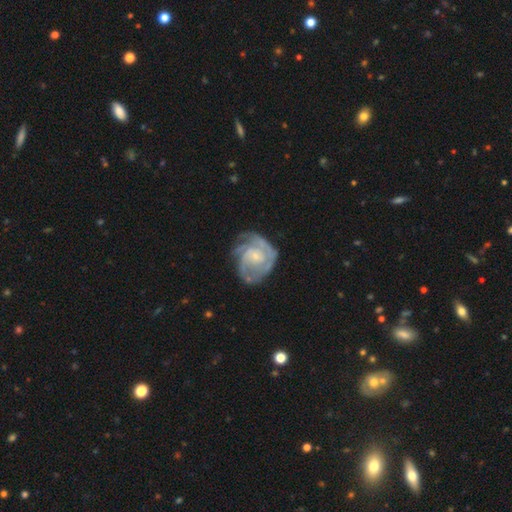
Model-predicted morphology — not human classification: Smooth or featured? featured or disk (84%)
Edge-on disk? no (98%)
Bar? no (68%)
Spiral arms? yes (94%)
Spiral winding? tight (55%)
Spiral arm count? 3 (30%)
Bulge size? small (68%)
Merging? none (57%)